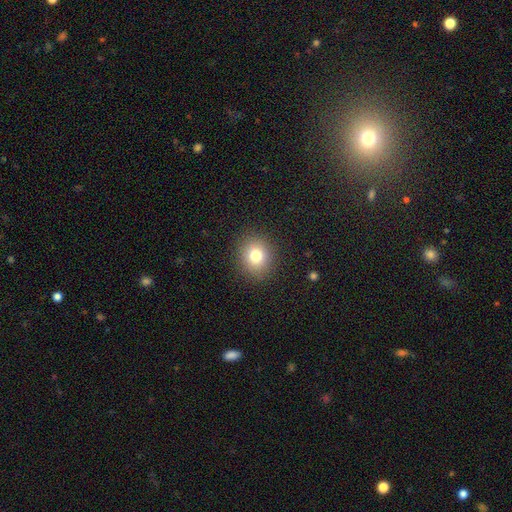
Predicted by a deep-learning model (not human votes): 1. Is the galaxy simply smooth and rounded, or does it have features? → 79% smooth, 12% star or artifact, 9% featured or disk.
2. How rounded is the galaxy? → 75% round, 24% in between, 1% cigar-shaped.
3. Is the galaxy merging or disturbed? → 90% none, 7% minor disturbance, 3% major disturbance, 1% merger.